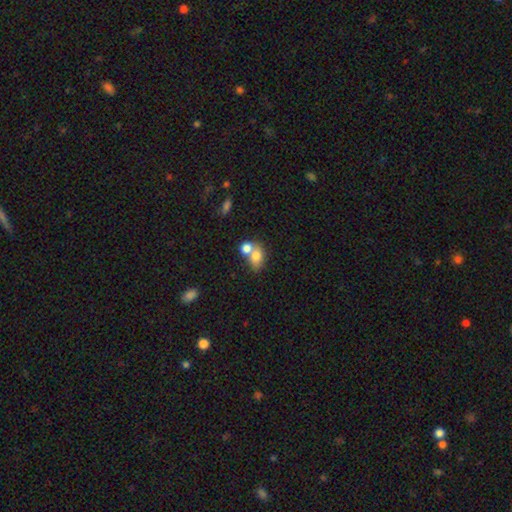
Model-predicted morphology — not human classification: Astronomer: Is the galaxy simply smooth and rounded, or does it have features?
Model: smooth — 75%.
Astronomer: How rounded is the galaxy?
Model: in between — 61% (runner-up: round, 38%).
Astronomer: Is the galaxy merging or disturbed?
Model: merger — 60%.